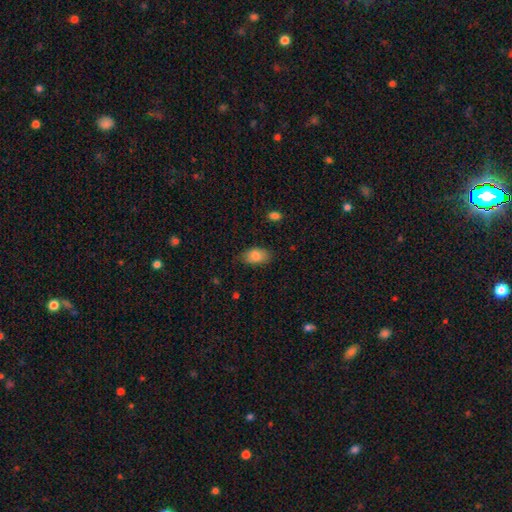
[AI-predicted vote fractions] Q: Smooth or featured?
A: smooth (84%); runner-up: featured or disk (9%)
Q: How rounded?
A: in between (91%); runner-up: round (7%)
Q: Merging?
A: none (76%); runner-up: minor disturbance (19%)